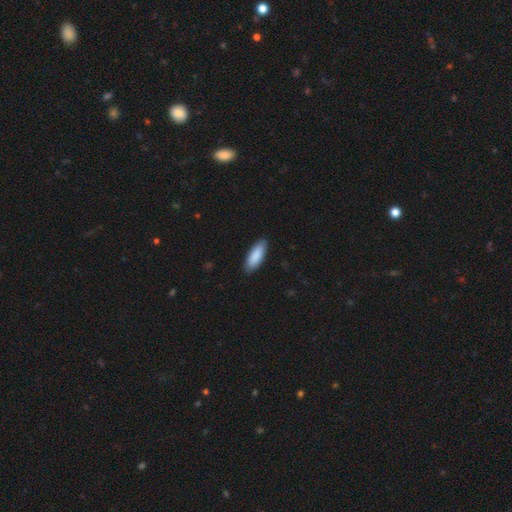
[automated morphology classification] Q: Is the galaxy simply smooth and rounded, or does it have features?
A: smooth — 90%.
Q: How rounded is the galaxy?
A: in between — 71%.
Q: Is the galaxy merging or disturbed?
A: none — 89%.